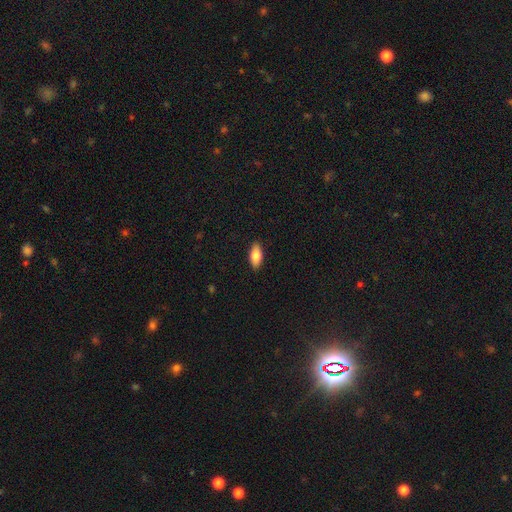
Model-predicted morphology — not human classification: Smooth or featured: smooth — 78% (featured or disk — 16%)
How rounded: in between — 86% (cigar-shaped — 11%)
Merging: none — 89% (minor disturbance — 8%)